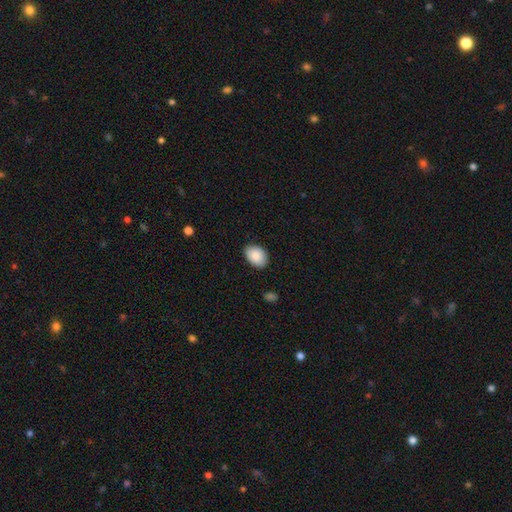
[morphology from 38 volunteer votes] Q: Smooth or featured?
A: smooth (89%); runner-up: star or artifact (11%)
Q: How rounded?
A: in between (82%); runner-up: round (15%)
Q: Merging?
A: none (88%); runner-up: minor disturbance (9%)